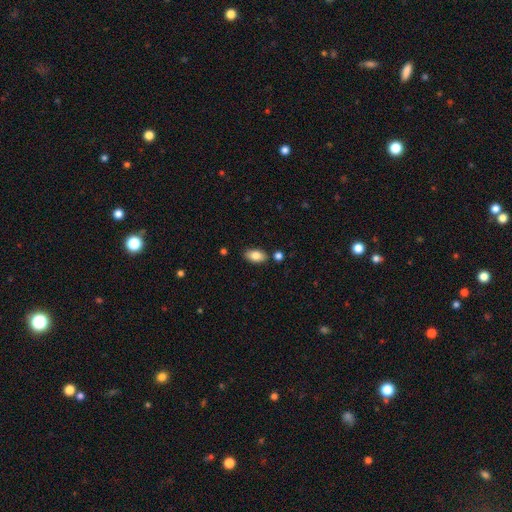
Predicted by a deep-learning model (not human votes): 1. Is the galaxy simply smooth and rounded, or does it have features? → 84% smooth, 8% featured or disk, 8% star or artifact.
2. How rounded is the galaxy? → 92% in between, 5% round, 2% cigar-shaped.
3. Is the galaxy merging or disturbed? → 83% none, 10% minor disturbance, 5% merger, 2% major disturbance.